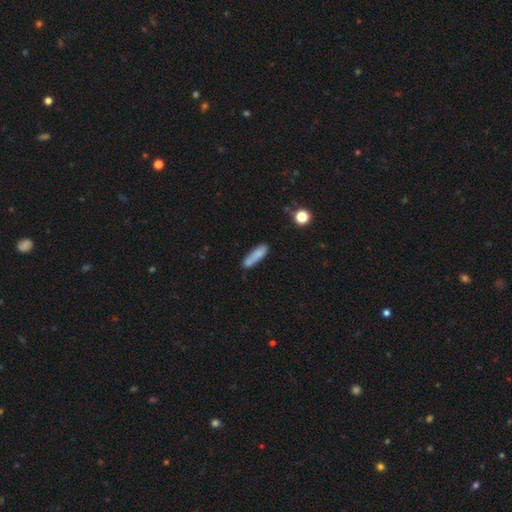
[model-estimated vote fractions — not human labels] Smooth or featured: smooth — 78% (featured or disk — 14%)
How rounded: cigar-shaped — 73% (in between — 25%)
Merging: none — 61% (minor disturbance — 20%)